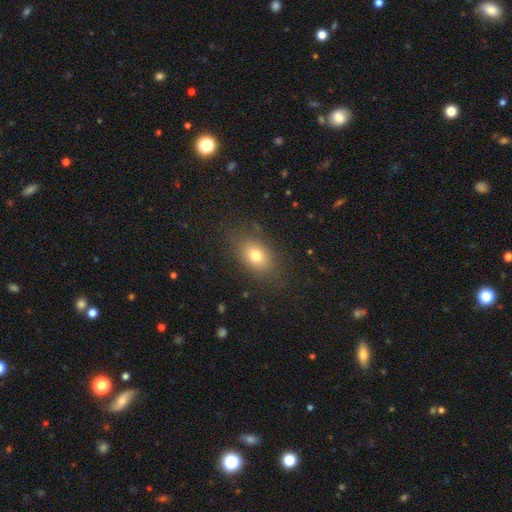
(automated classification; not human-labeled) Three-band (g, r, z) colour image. It shows a smooth galaxy with no disk features (76%) that is in between round and cigar-shaped (79%). Merging: none (81%).